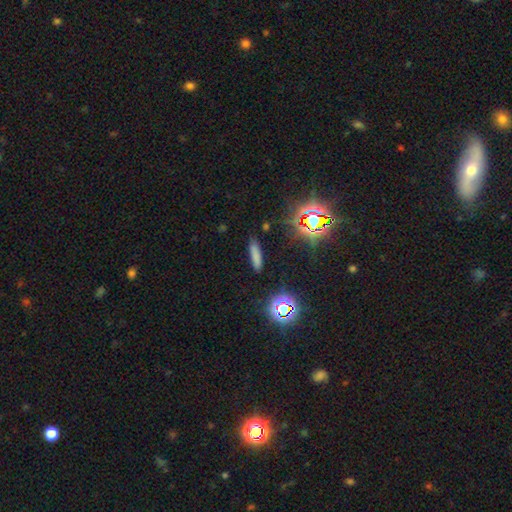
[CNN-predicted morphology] Smooth or featured?
  - smooth: 70% *
  - star or artifact: 20%
  - featured or disk: 9%
How rounded?
  - cigar-shaped: 79% *
  - in between: 18%
  - round: 2%
Merging?
  - none: 86% *
  - minor disturbance: 9%
  - major disturbance: 3%
  - merger: 2%